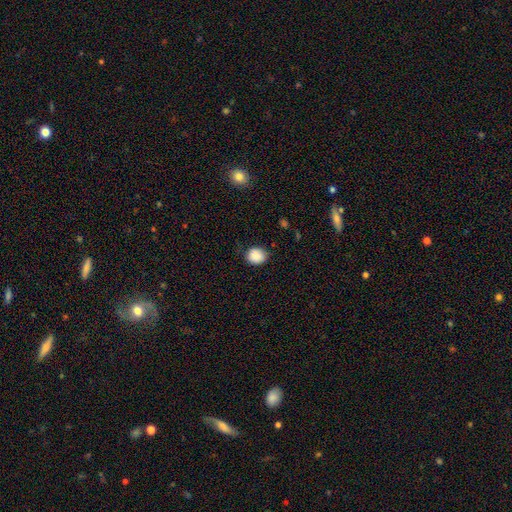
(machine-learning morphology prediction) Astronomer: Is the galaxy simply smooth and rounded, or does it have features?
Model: smooth — 86%.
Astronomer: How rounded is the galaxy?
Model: round — 66%.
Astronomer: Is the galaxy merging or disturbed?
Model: none — 76%.